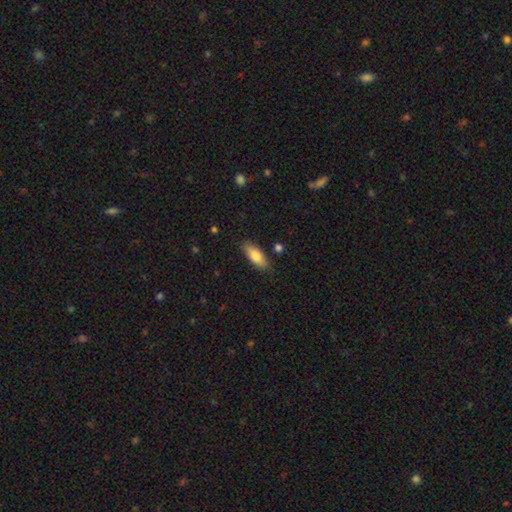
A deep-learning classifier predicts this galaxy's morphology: smooth_or_featured: smooth (p=0.78) [alt: featured or disk p=0.16]
how_rounded: in between (p=0.73) [alt: cigar-shaped p=0.24]
merging: none (p=0.85) [alt: minor disturbance p=0.11]